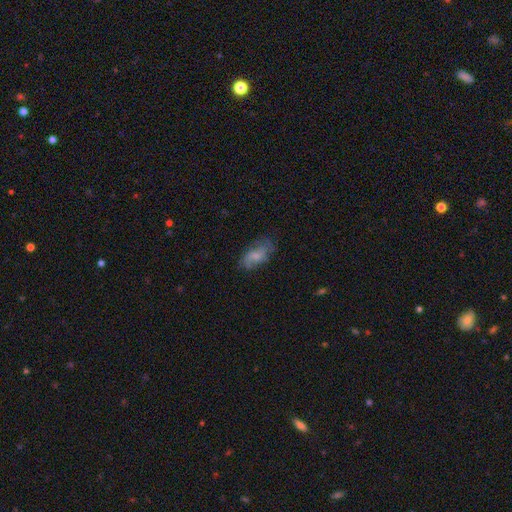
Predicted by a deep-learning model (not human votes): Smooth or featured? Predicted: smooth (p=0.49). Merging? Predicted: none (p=0.62).